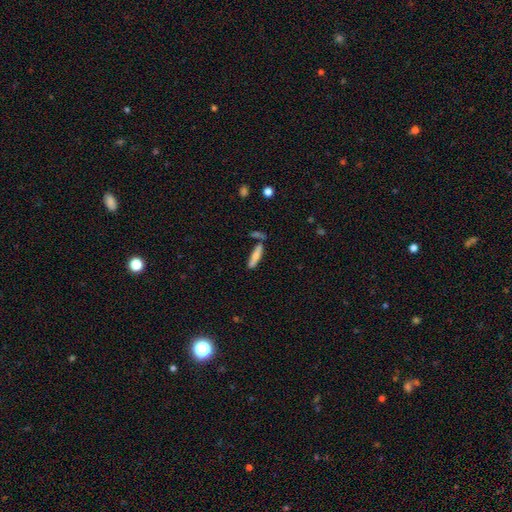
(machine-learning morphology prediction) Smooth or featured: smooth — 66% (featured or disk — 27%)
How rounded: cigar-shaped — 79% (in between — 19%)
Merging: none — 69% (minor disturbance — 15%)